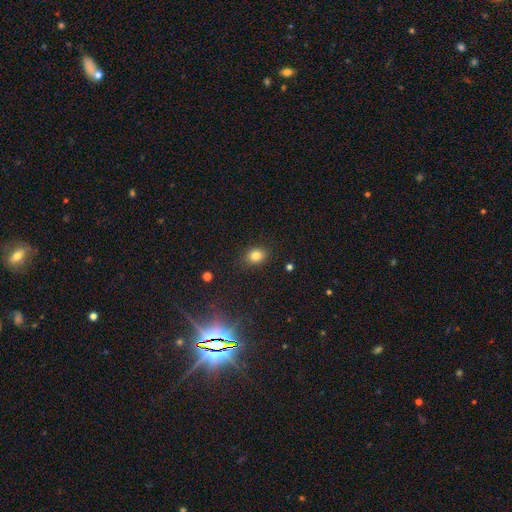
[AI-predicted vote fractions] Q: Smooth or featured?
A: smooth (82%); runner-up: star or artifact (12%)
Q: How rounded?
A: round (54%); runner-up: in between (45%)
Q: Merging?
A: none (87%); runner-up: minor disturbance (9%)